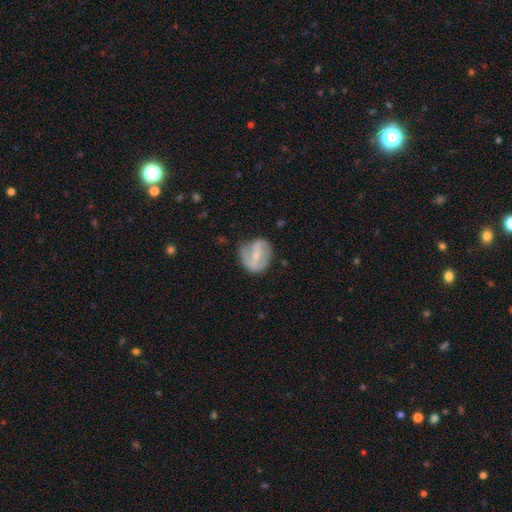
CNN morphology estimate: A featured or disk galaxy (59%) with a strong bar (45%), spiral arms (62%) and a small central bulge (62%).

Vote fractions:
- Smooth or featured? featured or disk: 59% / smooth: 34% / star or artifact: 7%
- Edge-on disk? no: 95% / yes: 5%
- Bar? strong: 45% / weak: 37% / no: 18%
- Spiral arms? yes: 62% / no: 38%
- Bulge size? small: 62% / moderate: 25% / none: 10% / large: 1% / dominant: 1%
- Merging? none: 54% / minor disturbance: 29% / major disturbance: 14% / merger: 2%